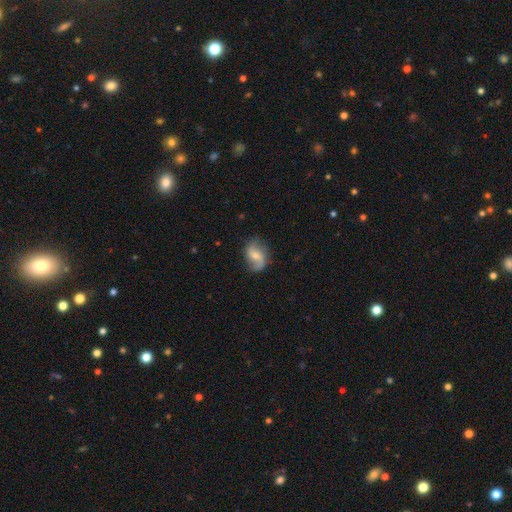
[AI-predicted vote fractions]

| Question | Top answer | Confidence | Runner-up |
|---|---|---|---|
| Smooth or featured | featured or disk | 59% | smooth (33%) |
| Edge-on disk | no | 97% | yes (3%) |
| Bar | no | 45% | weak (41%) |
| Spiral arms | yes | 89% | no (11%) |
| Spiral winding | loose | 63% | medium (28%) |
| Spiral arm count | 2 | 87% | can't tell (6%) |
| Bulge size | small | 48% | moderate (43%) |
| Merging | none | 73% | minor disturbance (19%) |